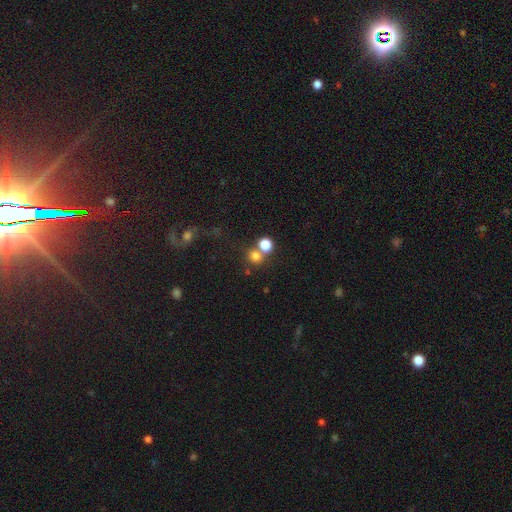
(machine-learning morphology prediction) smooth_or_featured: smooth (p=0.75) [alt: star or artifact p=0.17]
how_rounded: round (p=0.84) [alt: in between p=0.15]
merging: none (p=0.55) [alt: merger p=0.34]